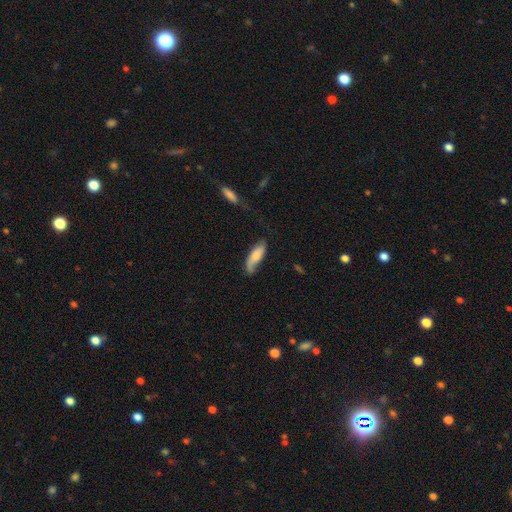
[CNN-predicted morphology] The model was most divided on "merging": none: 50%, minor disturbance: 31%, major disturbance: 15%, merger: 4%. More confident: how rounded — in between (65%); smooth or featured — smooth (65%).